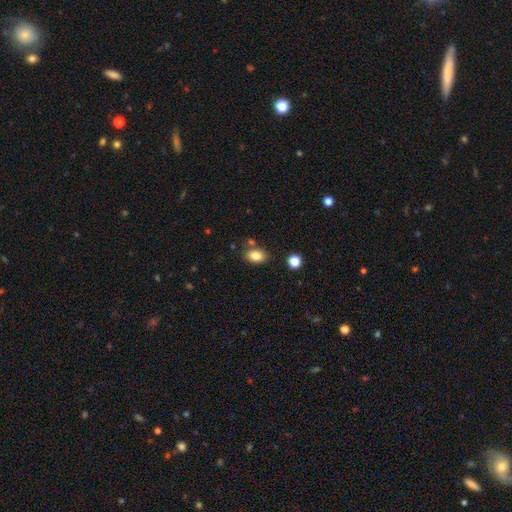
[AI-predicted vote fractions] Smooth or featured? Predicted: smooth (p=0.83). How rounded? Predicted: in between (p=0.81). Merging? Predicted: none (p=0.76).